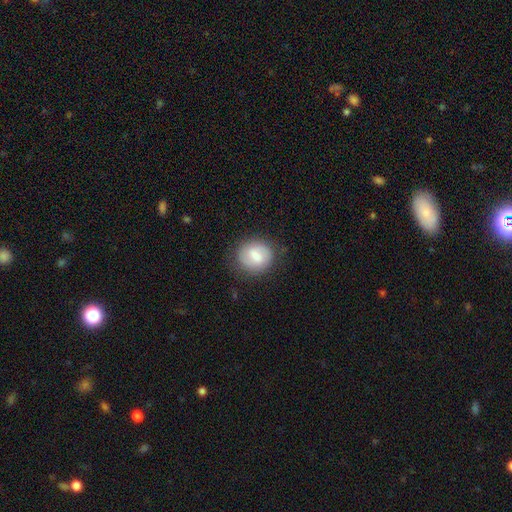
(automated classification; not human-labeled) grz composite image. It shows a smooth galaxy with no disk features (72%) that is round (71%). Merging: none (77%).